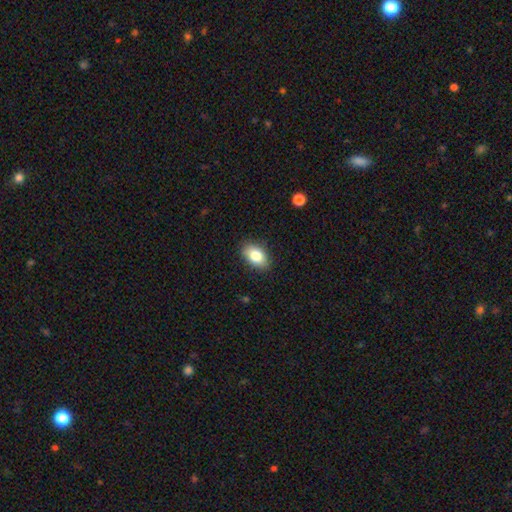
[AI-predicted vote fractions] This is clearly a smooth galaxy (82%). How rounded: clearly in between (88%). Merging: clearly none (86%).